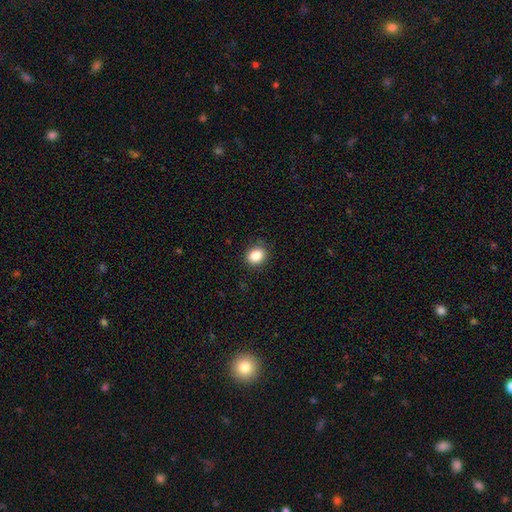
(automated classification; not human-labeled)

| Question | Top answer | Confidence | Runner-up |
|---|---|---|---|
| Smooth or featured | smooth | 86% | star or artifact (10%) |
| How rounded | round | 59% | in between (40%) |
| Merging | none | 87% | minor disturbance (9%) |